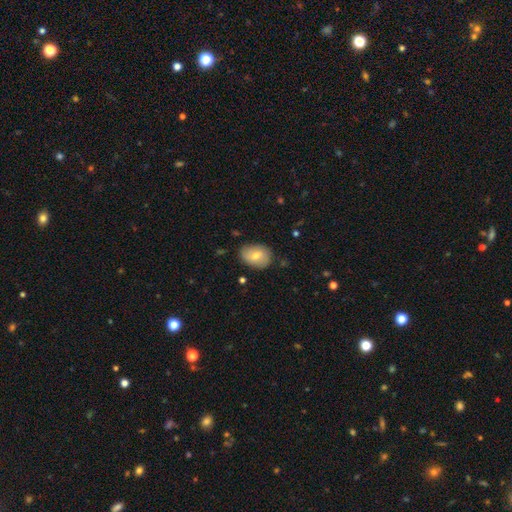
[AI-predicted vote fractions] smooth-or-featured: smooth: 62% | featured or disk: 29% | star or artifact: 8%
  how-rounded: in between: 72% | round: 26% | cigar-shaped: 1%
  merging: none: 79% | minor disturbance: 16% | major disturbance: 3% | merger: 1%